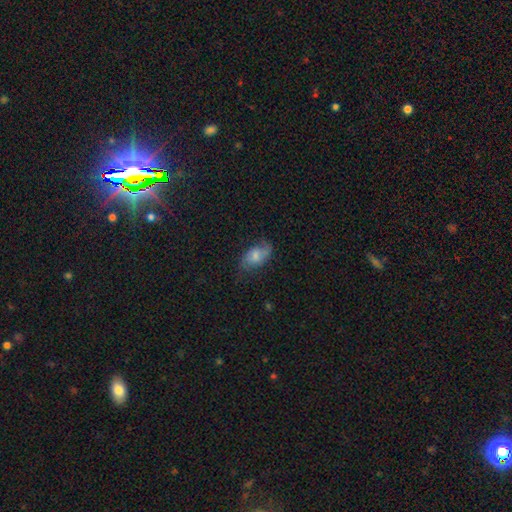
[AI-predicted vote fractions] Overall: smooth (53%; featured or disk 39%). How rounded: in between (90%). Merging: none (61%; minor disturbance 26%).